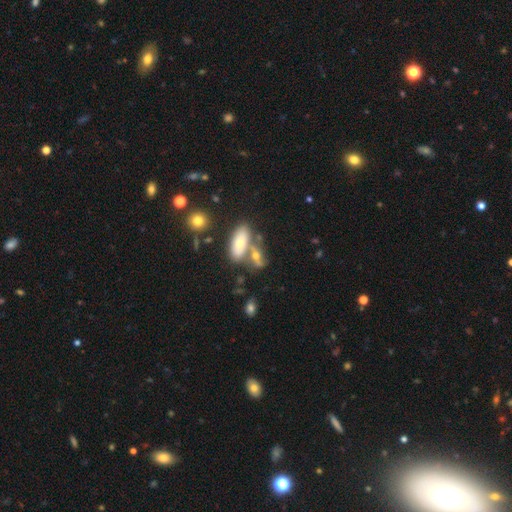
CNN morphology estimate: Smooth or featured? Predicted: smooth (p=0.54). How rounded? Predicted: in between (p=0.72). Merging? Predicted: merger (p=0.50).